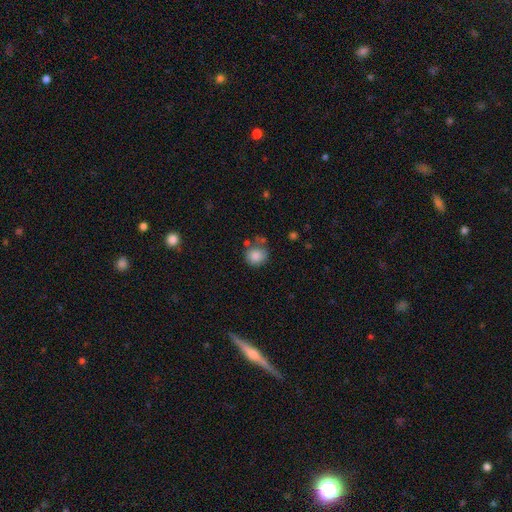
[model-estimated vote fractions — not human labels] smooth-or-featured: smooth: 84% | star or artifact: 9% | featured or disk: 7%
  how-rounded: round: 81% | in between: 18% | cigar-shaped: 1%
  merging: none: 61% | minor disturbance: 21% | merger: 10% | major disturbance: 7%